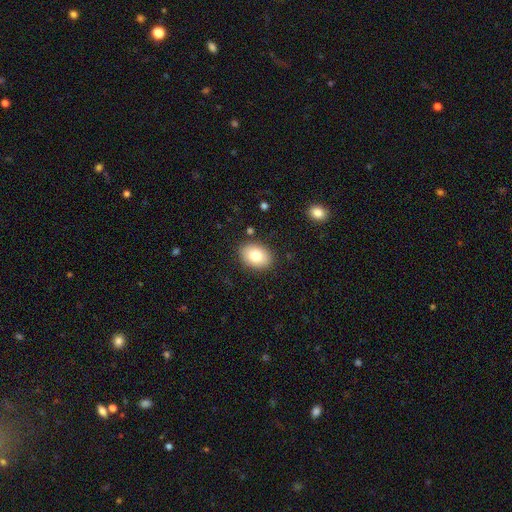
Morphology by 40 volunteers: Smooth or featured? smooth (88%)
How rounded? in between (83%)
Merging? none (90%)